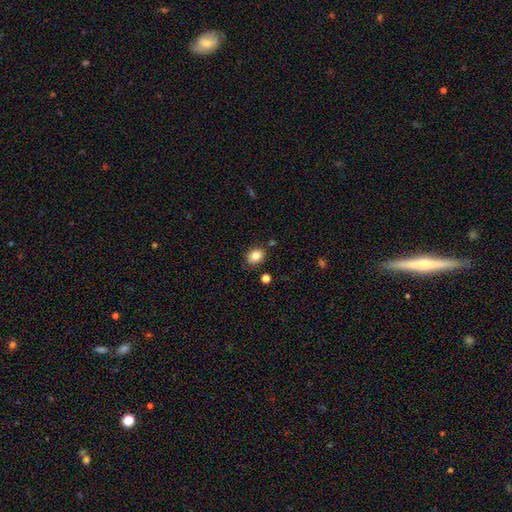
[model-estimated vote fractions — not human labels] Smooth or featured: smooth — 83% (star or artifact — 10%)
How rounded: round — 54% (in between — 45%)
Merging: none — 82% (minor disturbance — 11%)